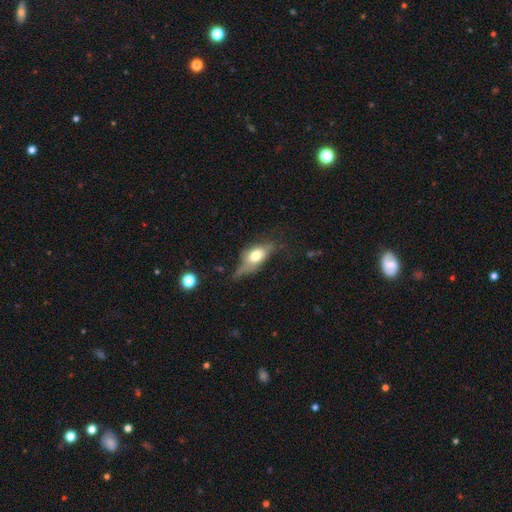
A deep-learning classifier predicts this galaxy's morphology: smooth_or_featured: smooth (p=0.54) [alt: featured or disk p=0.38]
how_rounded: in between (p=0.76) [alt: cigar-shaped p=0.15]
merging: none (p=0.40) [alt: minor disturbance p=0.32]